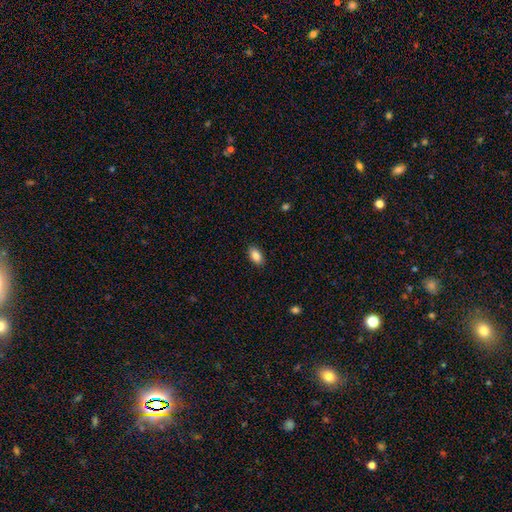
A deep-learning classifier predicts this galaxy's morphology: This is clearly a smooth galaxy (88%). How rounded: clearly in between (93%). Merging: clearly none (89%).